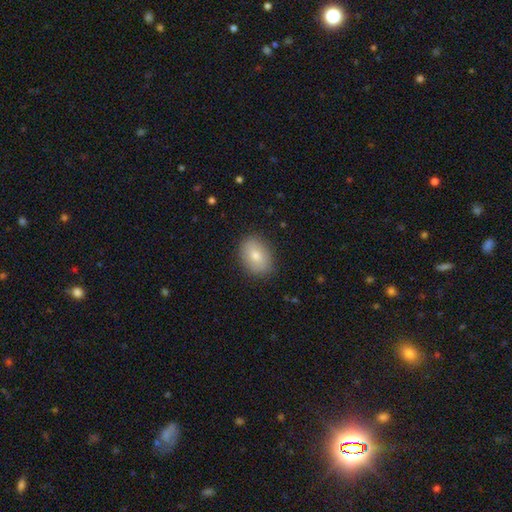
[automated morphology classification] type=smooth (77%); roundness=in between (79%); merging=none (85%).